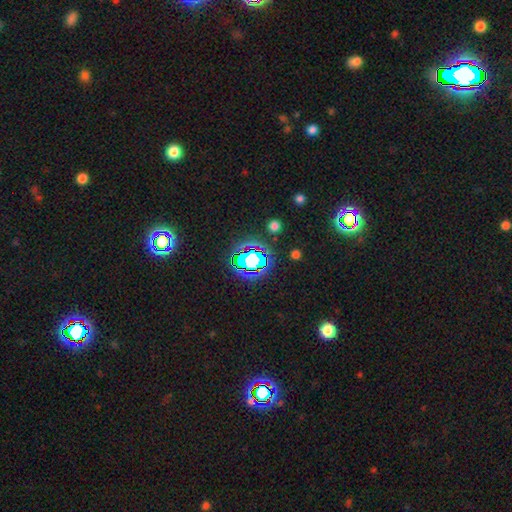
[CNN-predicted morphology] A star or artifact, not a galaxy (78%).